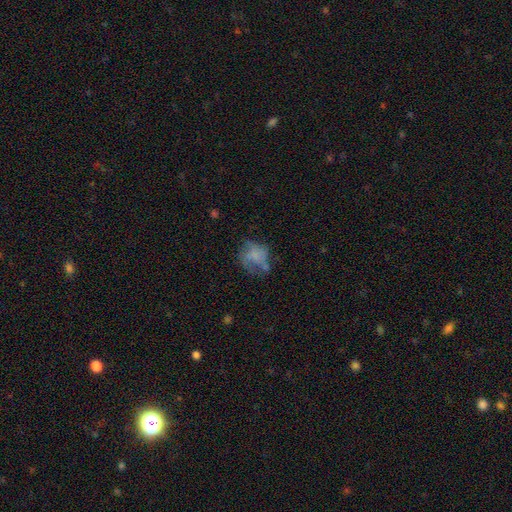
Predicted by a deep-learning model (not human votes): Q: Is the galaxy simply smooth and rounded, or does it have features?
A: smooth — 48%.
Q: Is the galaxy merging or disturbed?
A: none — 41%.